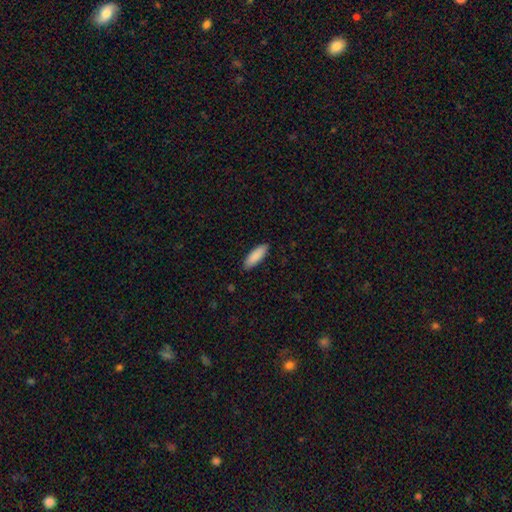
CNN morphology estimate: Q: Smooth or featured?
A: smooth (89%); runner-up: featured or disk (5%)
Q: How rounded?
A: in between (59%); runner-up: cigar-shaped (40%)
Q: Merging?
A: none (89%); runner-up: minor disturbance (9%)